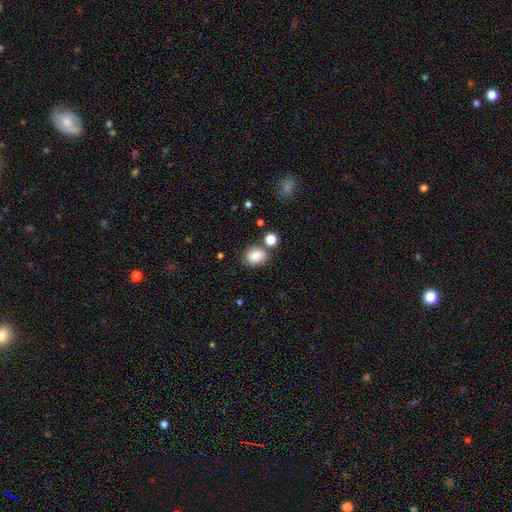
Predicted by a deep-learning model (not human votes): Smooth or featured? Predicted: smooth (p=0.79). How rounded? Predicted: in between (p=0.53). Merging? Predicted: none (p=0.69).